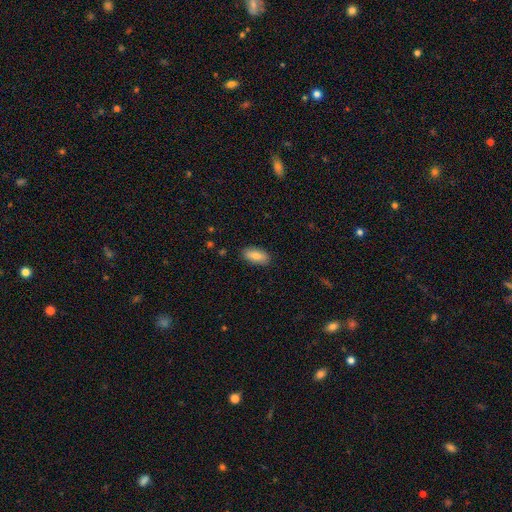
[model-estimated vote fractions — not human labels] Overall: smooth (80%). How rounded: in between (88%). Merging: none (88%).